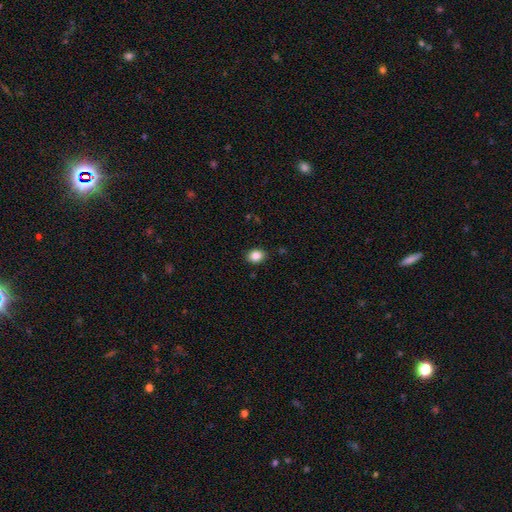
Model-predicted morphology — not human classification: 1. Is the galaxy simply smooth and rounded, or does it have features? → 86% smooth, 9% star or artifact, 5% featured or disk.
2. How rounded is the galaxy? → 55% in between, 44% round, 1% cigar-shaped.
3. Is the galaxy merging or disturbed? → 87% none, 9% minor disturbance, 2% major disturbance, 1% merger.